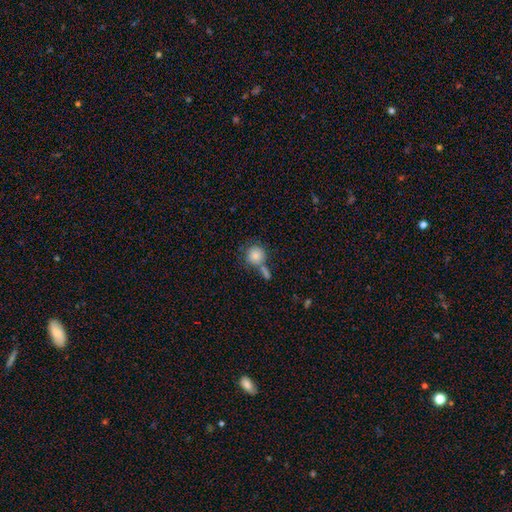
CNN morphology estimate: Q: Smooth or featured?
A: smooth (83%); runner-up: star or artifact (8%)
Q: How rounded?
A: round (90%); runner-up: in between (9%)
Q: Merging?
A: none (51%); runner-up: merger (30%)